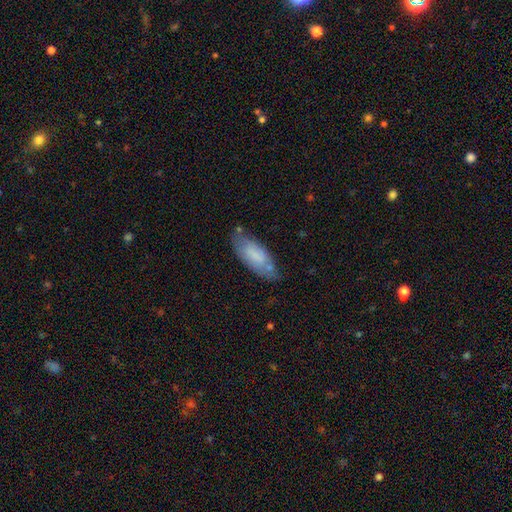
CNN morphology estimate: The model was most divided on "merging": none: 62%, minor disturbance: 26%, major disturbance: 7%, merger: 6%. More confident: how rounded — in between (76%); smooth or featured — smooth (72%).